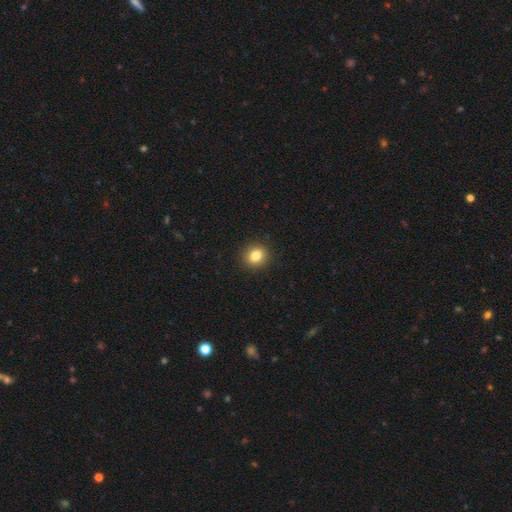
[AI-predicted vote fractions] Smooth or featured? smooth (83%)
How rounded? round (78%)
Merging? none (92%)